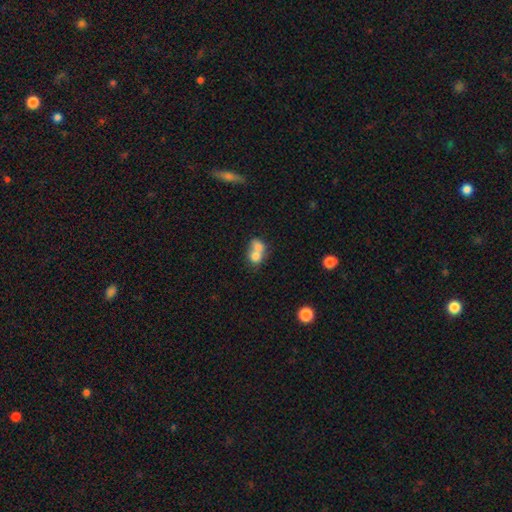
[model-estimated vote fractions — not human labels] This appears to be a smooth galaxy with no disk features (72%) that is round (57%). Merging: merger (73%).